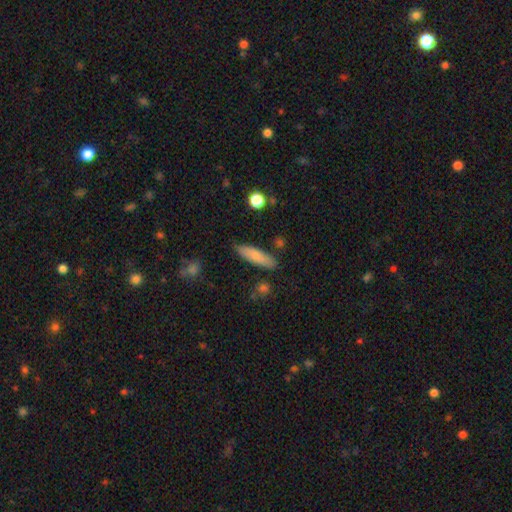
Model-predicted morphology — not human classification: Overall: smooth (79%). How rounded: cigar-shaped (66%; in between 32%). Merging: none (84%).